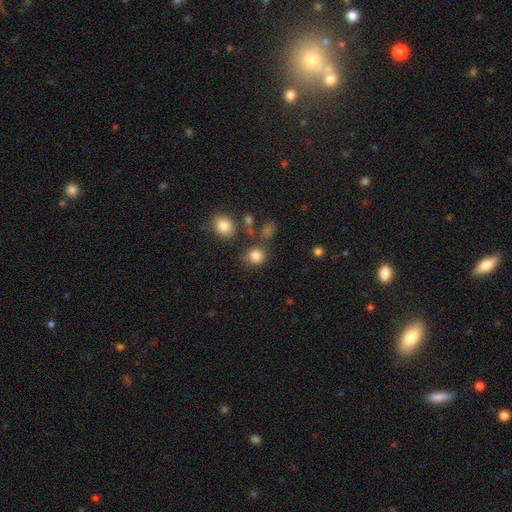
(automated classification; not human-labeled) smooth_or_featured: smooth (p=0.83) [alt: star or artifact p=0.12]
how_rounded: round (p=0.78) [alt: in between p=0.21]
merging: none (p=0.71) [alt: minor disturbance p=0.15]